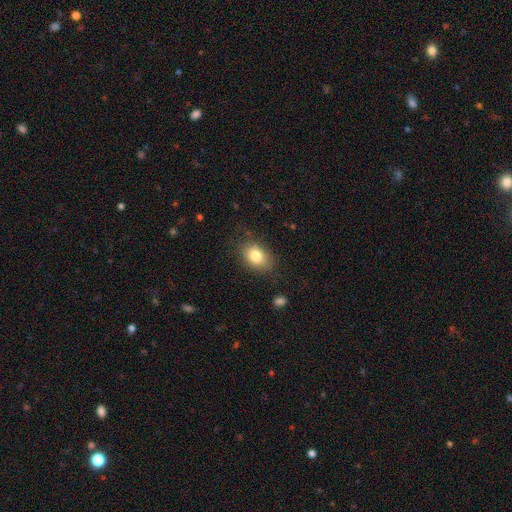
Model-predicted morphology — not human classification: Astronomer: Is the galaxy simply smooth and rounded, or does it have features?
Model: smooth — 80%.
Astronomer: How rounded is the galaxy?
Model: in between — 76%.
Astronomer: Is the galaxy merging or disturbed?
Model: none — 79%.